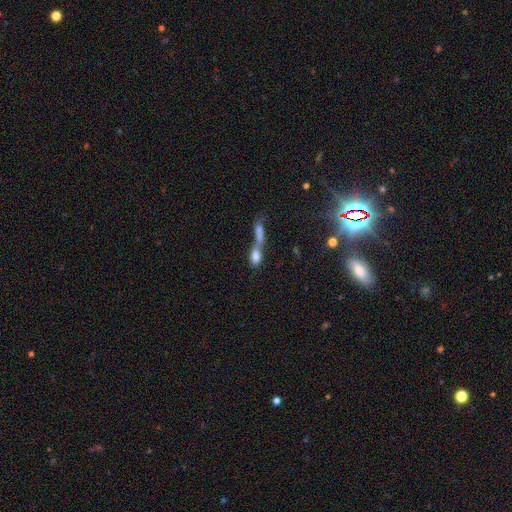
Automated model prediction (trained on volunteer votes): A smooth galaxy with no disk features (72%) that is in between round and cigar-shaped (66%). Merging: merger (74%).